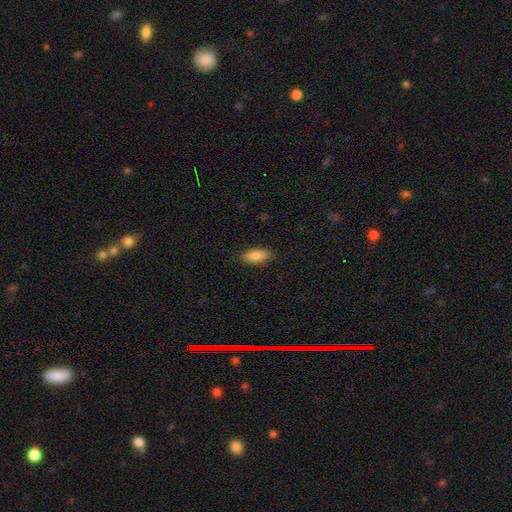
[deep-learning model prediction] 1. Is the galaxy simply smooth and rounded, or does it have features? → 89% smooth, 6% star or artifact, 5% featured or disk.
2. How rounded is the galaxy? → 84% in between, 14% cigar-shaped, 2% round.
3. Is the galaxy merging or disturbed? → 87% none, 10% minor disturbance, 2% major disturbance, 1% merger.